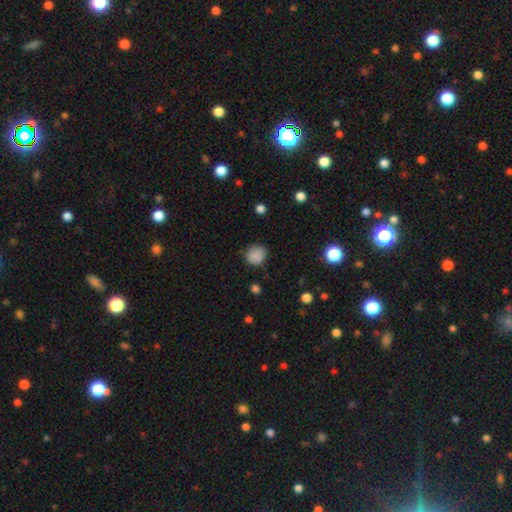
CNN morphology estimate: This is clearly a smooth galaxy (85%). How rounded: clearly round (81%). Merging: likely none (76%).